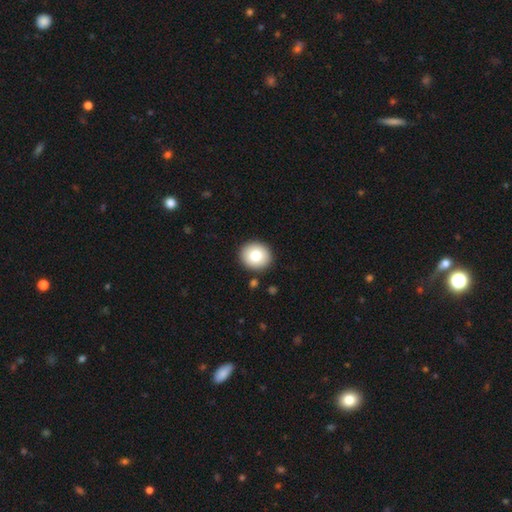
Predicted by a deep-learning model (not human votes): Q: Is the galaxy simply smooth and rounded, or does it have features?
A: smooth — 81%.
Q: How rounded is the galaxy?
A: round — 85%.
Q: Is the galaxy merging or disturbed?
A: none — 90%.